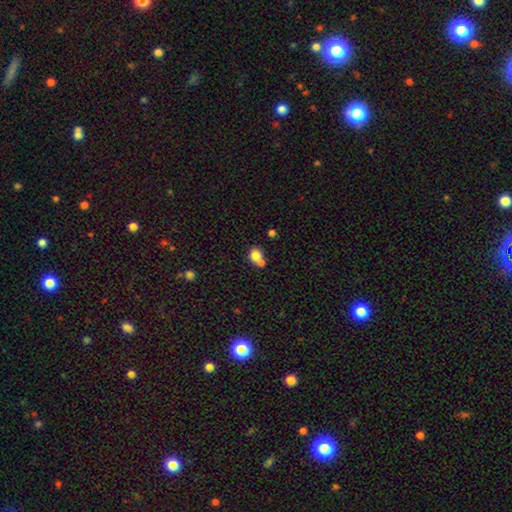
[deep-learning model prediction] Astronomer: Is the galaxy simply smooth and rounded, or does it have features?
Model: smooth — 80%.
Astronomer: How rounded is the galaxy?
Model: round — 74%.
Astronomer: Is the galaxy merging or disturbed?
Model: merger — 47% (runner-up: none, 41%).